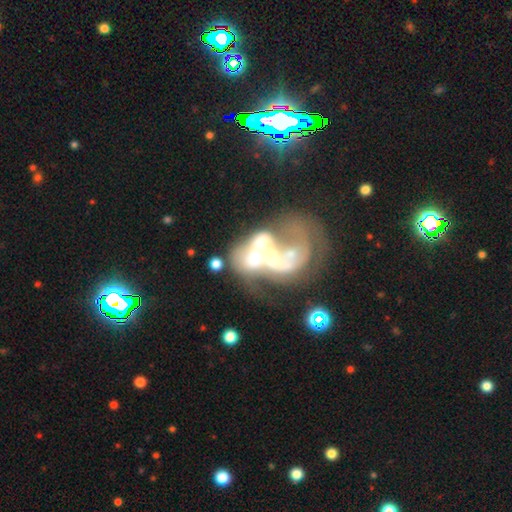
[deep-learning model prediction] This appears to be a featured or disk galaxy (70%) with no bar (71%), no spiral arms (59%) and a moderate central bulge (38%). Merging: merger (54%).